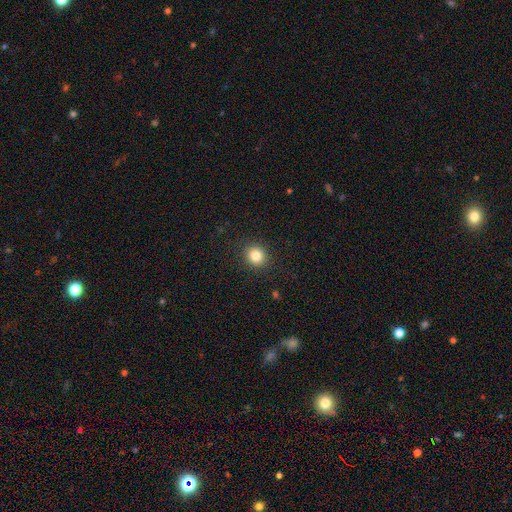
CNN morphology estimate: Smooth or featured? smooth (83%)
How rounded? round (85%)
Merging? none (91%)